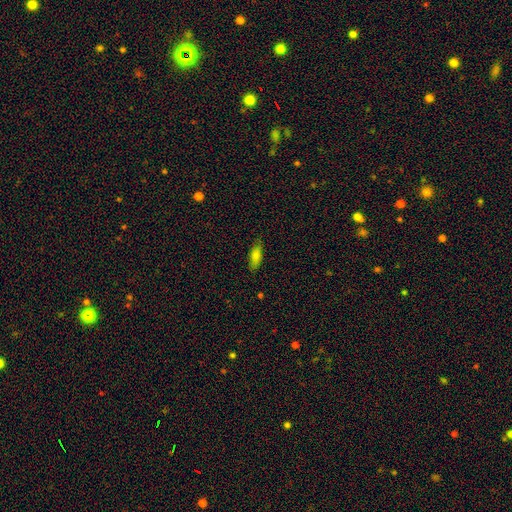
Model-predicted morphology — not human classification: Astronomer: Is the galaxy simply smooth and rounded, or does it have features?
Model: smooth — 81%.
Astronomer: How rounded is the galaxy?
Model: in between — 71%.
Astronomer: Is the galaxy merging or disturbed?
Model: none — 81%.